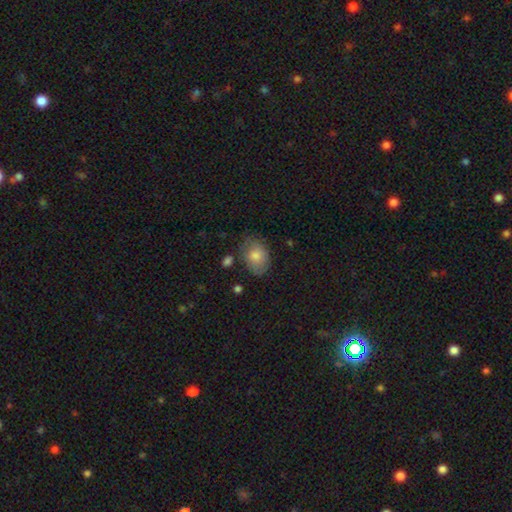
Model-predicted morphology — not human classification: smooth-or-featured: smooth: 78% | featured or disk: 14% | star or artifact: 8%
  how-rounded: in between: 78% | round: 21% | cigar-shaped: 1%
  merging: none: 67% | minor disturbance: 24% | major disturbance: 6% | merger: 3%